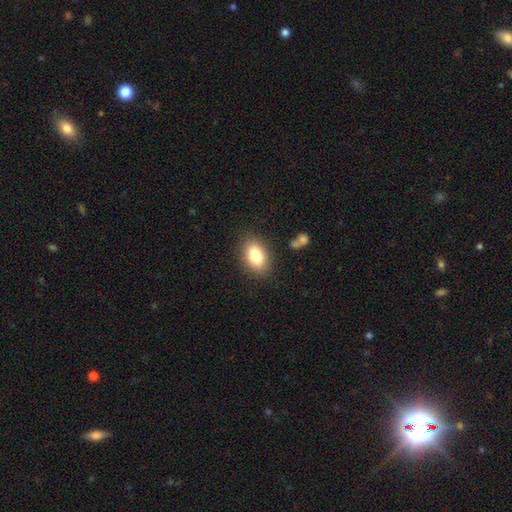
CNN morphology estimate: Smooth or featured?
  - smooth: 81% *
  - featured or disk: 10%
  - star or artifact: 8%
How rounded?
  - in between: 87% *
  - round: 11%
  - cigar-shaped: 2%
Merging?
  - none: 85% *
  - minor disturbance: 10%
  - major disturbance: 3%
  - merger: 2%